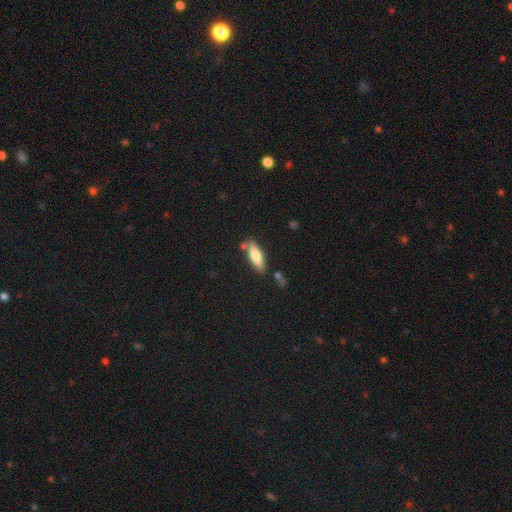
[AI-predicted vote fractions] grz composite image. It shows a smooth galaxy with no disk features (69%) that is cigar-shaped (51%). Merging: none (77%).